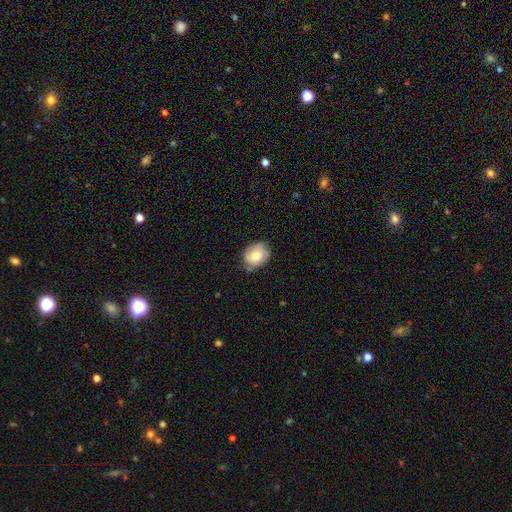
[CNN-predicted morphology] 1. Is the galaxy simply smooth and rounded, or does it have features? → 53% smooth, 39% featured or disk, 8% star or artifact.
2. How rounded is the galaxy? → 52% round, 47% in between, 1% cigar-shaped.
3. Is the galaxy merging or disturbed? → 71% none, 23% minor disturbance, 5% major disturbance, 1% merger.